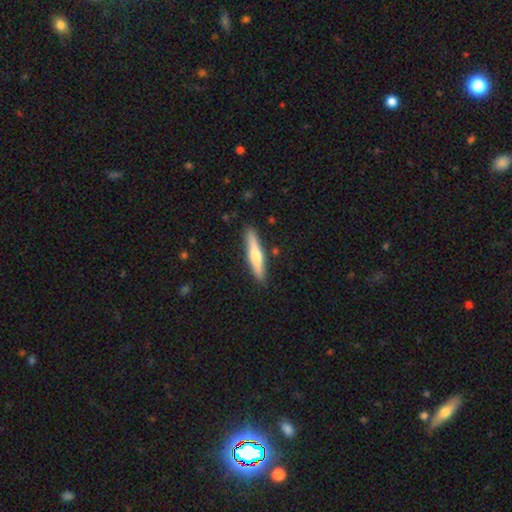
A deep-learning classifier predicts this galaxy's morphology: Smooth or featured?
  - smooth: 53% *
  - featured or disk: 42%
  - star or artifact: 5%
How rounded?
  - cigar-shaped: 89% *
  - in between: 10%
  - round: 1%
Merging?
  - none: 89% *
  - minor disturbance: 8%
  - major disturbance: 2%
  - merger: 1%